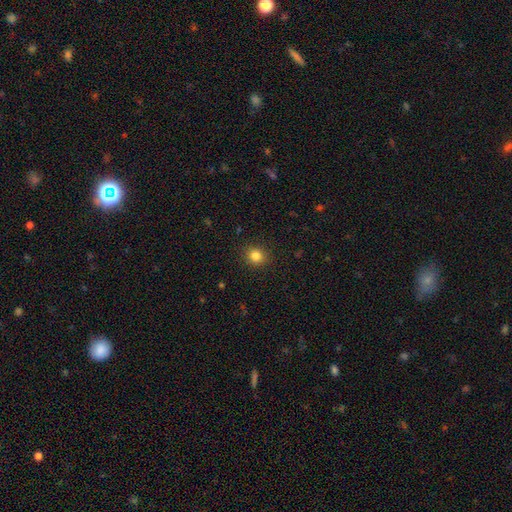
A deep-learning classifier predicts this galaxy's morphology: A smooth galaxy with no disk features (83%) that is round (86%).

Vote fractions:
- Smooth or featured? smooth: 83% / star or artifact: 12% / featured or disk: 5%
- How rounded? round: 86% / in between: 13% / cigar-shaped: 1%
- Merging? none: 91% / minor disturbance: 6% / major disturbance: 2% / merger: 1%